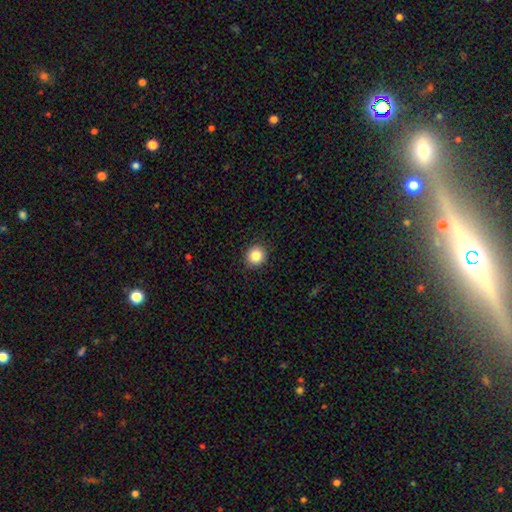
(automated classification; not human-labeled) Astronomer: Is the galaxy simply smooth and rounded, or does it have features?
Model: smooth — 85%.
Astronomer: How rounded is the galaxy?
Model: round — 90%.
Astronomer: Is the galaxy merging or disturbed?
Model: none — 91%.